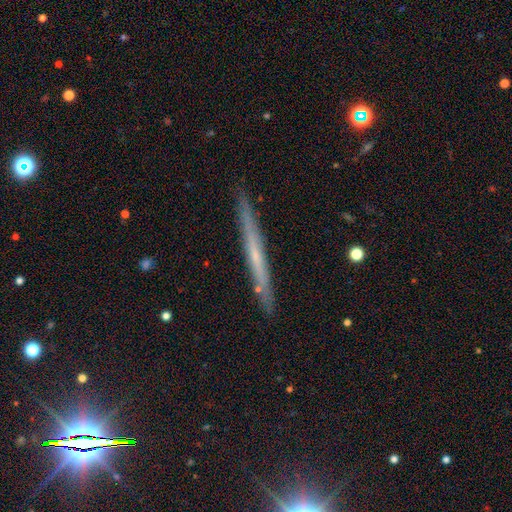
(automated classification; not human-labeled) The model was most divided on "smooth or featured": featured or disk: 59%, smooth: 32%, star or artifact: 10%. More confident: edge-on disk — yes (95%); merging — none (89%); edge-on bulge — none (77%).